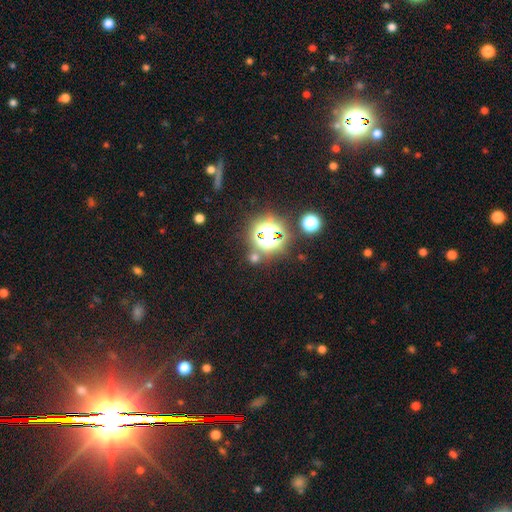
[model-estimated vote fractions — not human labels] Overall: star or artifact (69%).